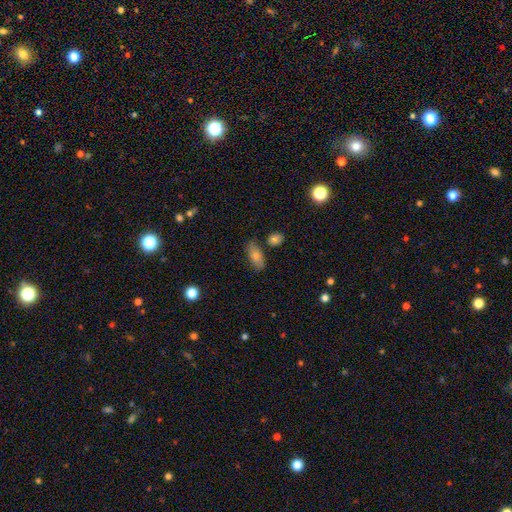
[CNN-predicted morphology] Smooth or featured? smooth (70%)
How rounded? in between (83%)
Merging? none (75%)